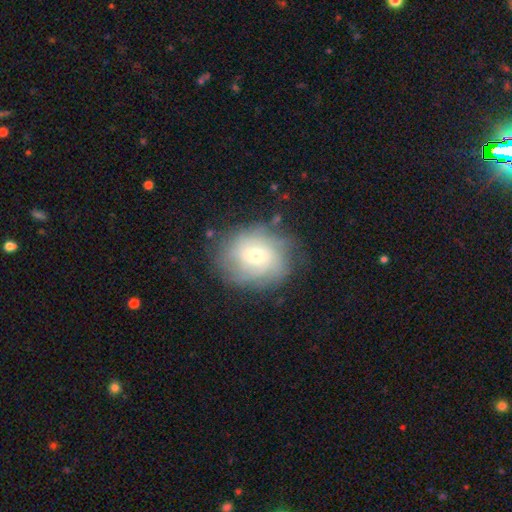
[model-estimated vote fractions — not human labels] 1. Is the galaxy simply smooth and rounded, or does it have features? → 58% featured or disk, 32% smooth, 10% star or artifact.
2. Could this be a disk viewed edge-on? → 96% no, 4% yes.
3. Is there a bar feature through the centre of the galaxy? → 55% no, 38% weak, 7% strong.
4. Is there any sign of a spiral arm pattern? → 78% yes, 22% no.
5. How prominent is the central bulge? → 53% small, 41% moderate, 3% large, 1% none, 1% dominant.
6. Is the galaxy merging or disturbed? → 73% none, 17% minor disturbance, 8% major disturbance, 2% merger.